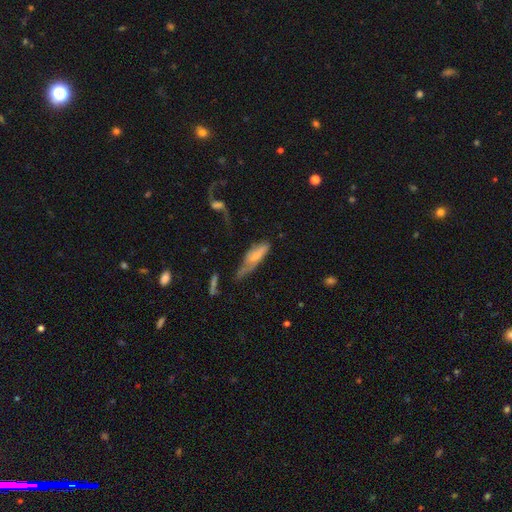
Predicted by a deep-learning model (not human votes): Overall: smooth (52%; featured or disk 41%). How rounded: in between (55%; cigar-shaped 42%). Merging: major disturbance (37%; minor disturbance 30%).